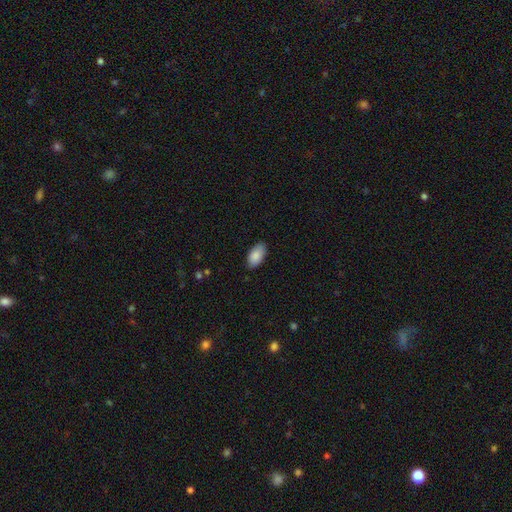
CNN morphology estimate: smooth 88%, star or artifact 6%, featured or disk 6%. Down the decision tree: how rounded — in between (94%); merging — none (85%).